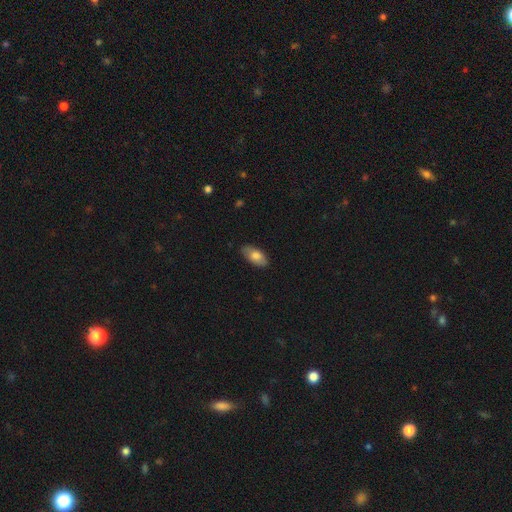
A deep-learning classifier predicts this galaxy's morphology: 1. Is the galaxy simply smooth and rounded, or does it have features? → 77% smooth, 16% featured or disk, 6% star or artifact.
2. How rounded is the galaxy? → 92% in between, 5% cigar-shaped, 3% round.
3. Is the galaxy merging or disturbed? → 83% none, 13% minor disturbance, 2% major disturbance, 1% merger.